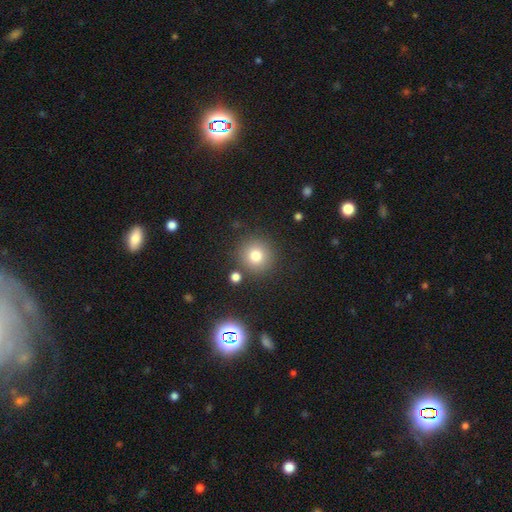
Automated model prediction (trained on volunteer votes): Smooth or featured?
  - smooth: 78% *
  - star or artifact: 13%
  - featured or disk: 9%
How rounded?
  - round: 93% *
  - in between: 6%
  - cigar-shaped: 1%
Merging?
  - none: 84% *
  - minor disturbance: 8%
  - merger: 5%
  - major disturbance: 3%